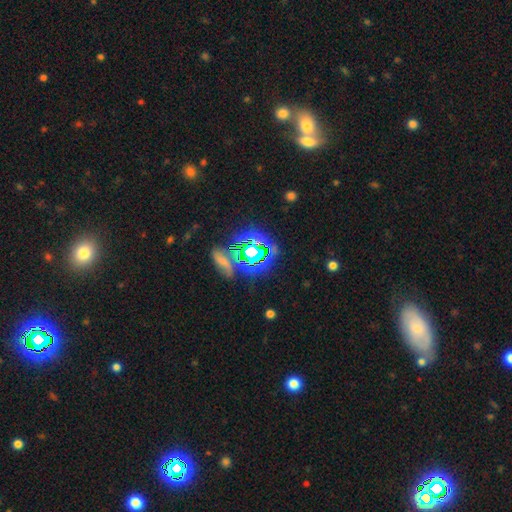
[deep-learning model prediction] This appears to be a star or artifact, not a galaxy (66%).